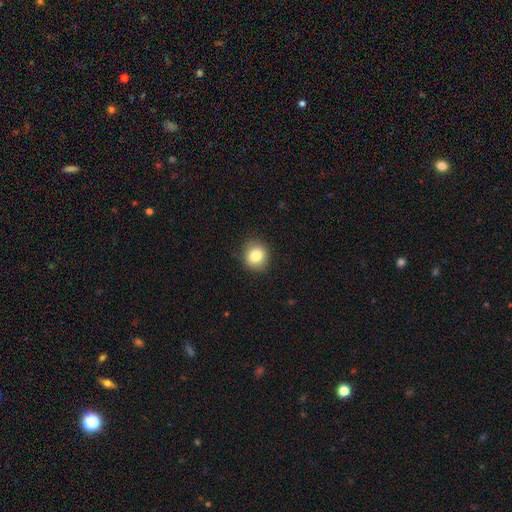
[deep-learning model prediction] Smooth or featured? smooth (83%)
How rounded? round (81%)
Merging? none (89%)